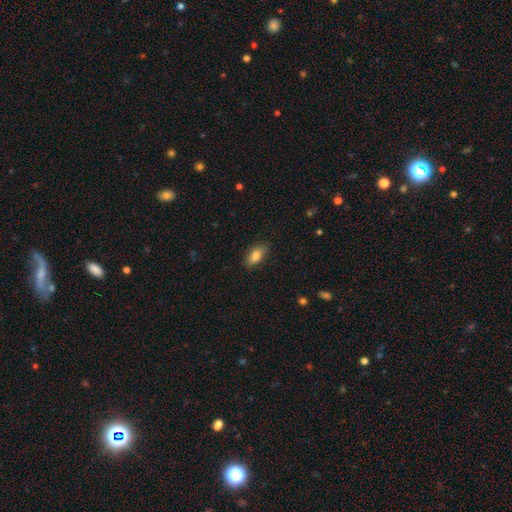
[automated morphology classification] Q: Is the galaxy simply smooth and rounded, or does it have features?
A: smooth — 82%.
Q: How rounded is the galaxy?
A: in between — 87%.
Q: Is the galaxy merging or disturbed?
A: none — 85%.